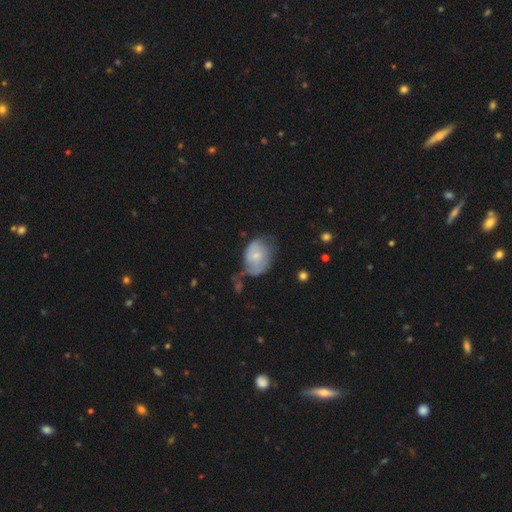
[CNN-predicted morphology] smooth_or_featured: smooth (p=0.47) [alt: featured or disk p=0.46]
merging: none (p=0.38) [alt: minor disturbance p=0.35]